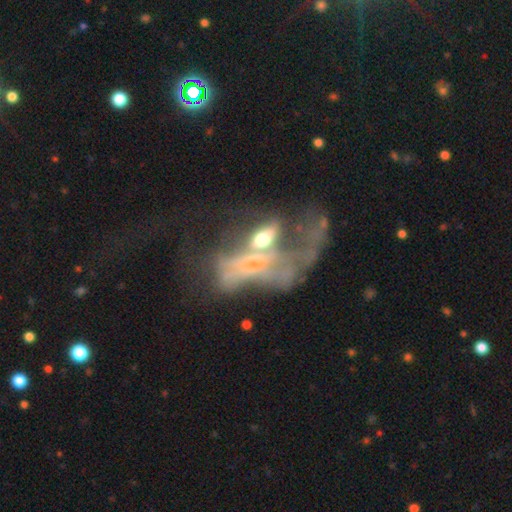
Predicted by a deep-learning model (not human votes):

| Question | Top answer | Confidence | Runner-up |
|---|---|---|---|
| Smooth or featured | featured or disk | 63% | smooth (20%) |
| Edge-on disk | no | 91% | yes (9%) |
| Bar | no | 78% | weak (15%) |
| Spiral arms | no | 75% | yes (25%) |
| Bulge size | small | 33% | moderate (32%) |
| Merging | merger | 44% | major disturbance (38%) |